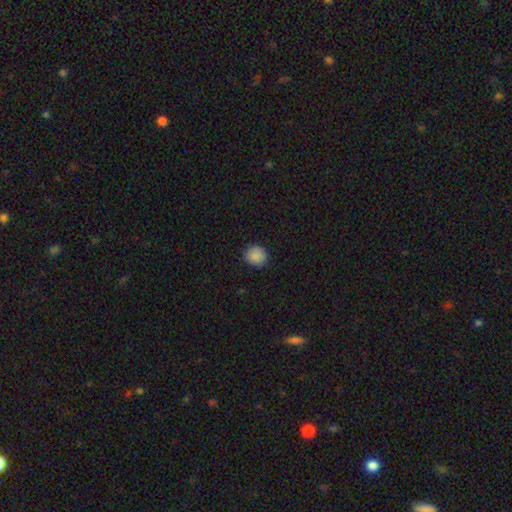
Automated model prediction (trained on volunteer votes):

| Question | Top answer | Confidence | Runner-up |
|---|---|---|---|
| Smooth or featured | smooth | 88% | star or artifact (9%) |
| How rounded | round | 79% | in between (20%) |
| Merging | none | 87% | minor disturbance (10%) |